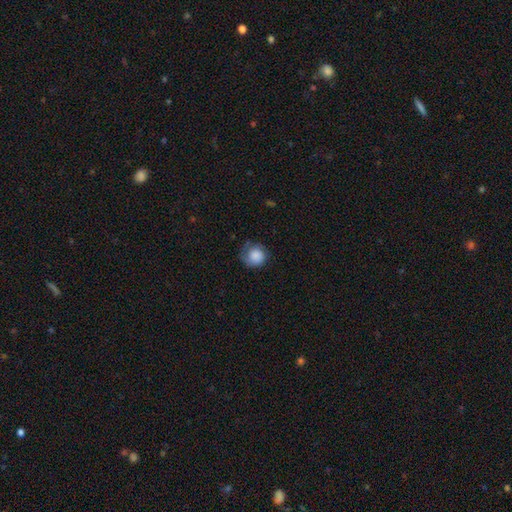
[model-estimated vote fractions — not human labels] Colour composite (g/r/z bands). It shows a smooth galaxy with no disk features (82%) that is round (88%). Merging: none (55%).